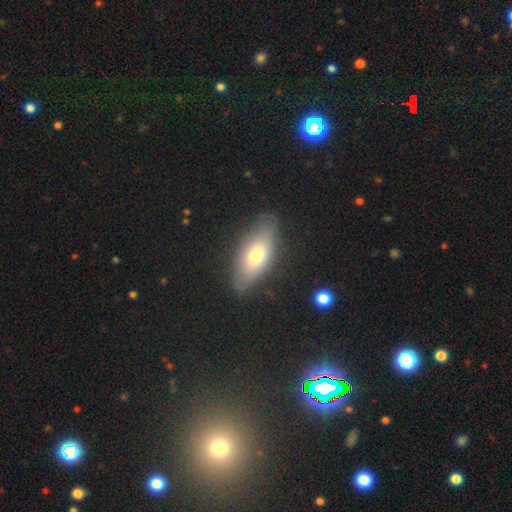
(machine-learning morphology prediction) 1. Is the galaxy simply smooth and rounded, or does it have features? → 66% smooth, 26% featured or disk, 7% star or artifact.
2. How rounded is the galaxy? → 79% in between, 17% cigar-shaped, 4% round.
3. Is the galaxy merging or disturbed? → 82% none, 13% minor disturbance, 4% major disturbance, 1% merger.